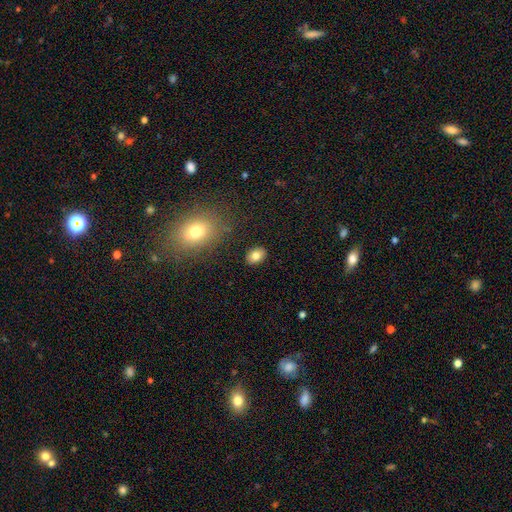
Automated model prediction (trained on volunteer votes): Overall: smooth (81%). How rounded: in between (76%). Merging: none (87%).